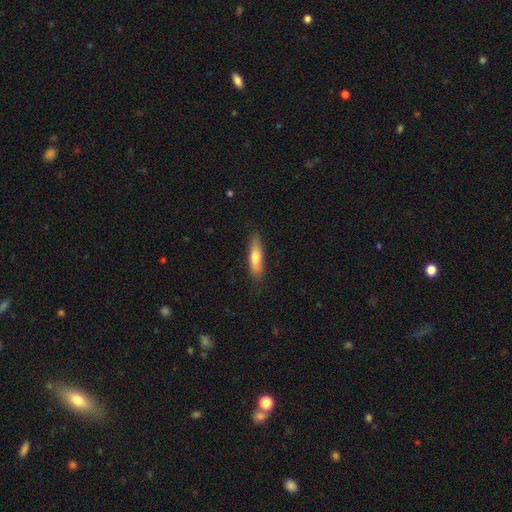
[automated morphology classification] Smooth or featured? Predicted: smooth (p=0.64). How rounded? Predicted: cigar-shaped (p=0.76). Merging? Predicted: none (p=0.84).